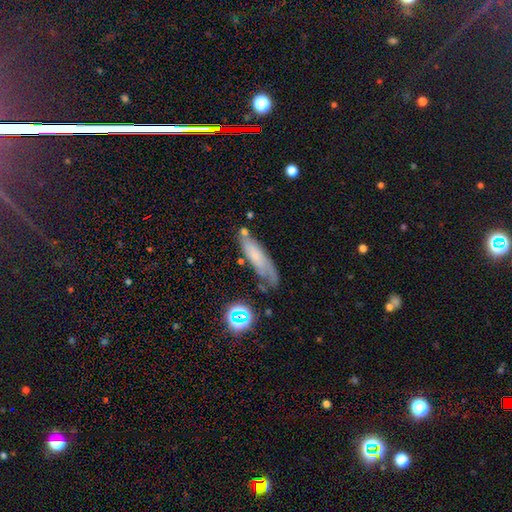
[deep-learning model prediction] Smooth or featured? Predicted: smooth (p=0.49). Merging? Predicted: none (p=0.52).